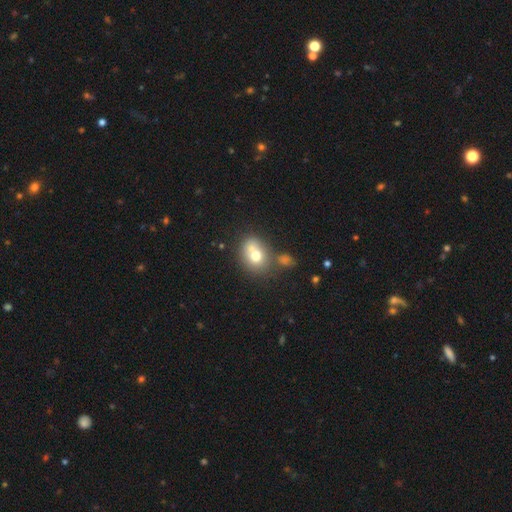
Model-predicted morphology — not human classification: A smooth galaxy with no disk features (70%) that is round (55%). Merging: merger (44%).